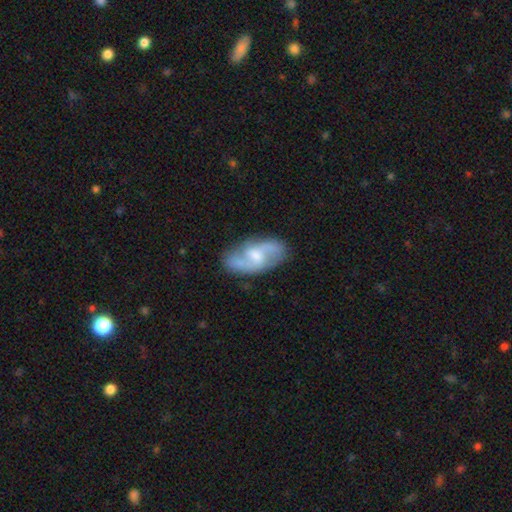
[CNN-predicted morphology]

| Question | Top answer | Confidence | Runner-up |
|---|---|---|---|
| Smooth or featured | featured or disk | 75% | smooth (20%) |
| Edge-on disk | no | 95% | yes (5%) |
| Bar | weak | 54% | no (34%) |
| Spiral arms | yes | 91% | no (9%) |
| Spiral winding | medium | 47% | loose (38%) |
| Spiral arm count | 2 | 87% | can't tell (7%) |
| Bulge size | moderate | 48% | small (39%) |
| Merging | none | 76% | minor disturbance (16%) |